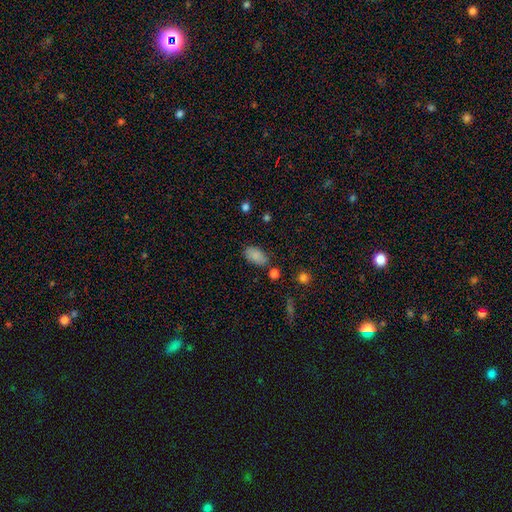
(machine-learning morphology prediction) This is clearly a smooth galaxy (85%). How rounded: clearly in between (93%). Merging: likely none (73%).